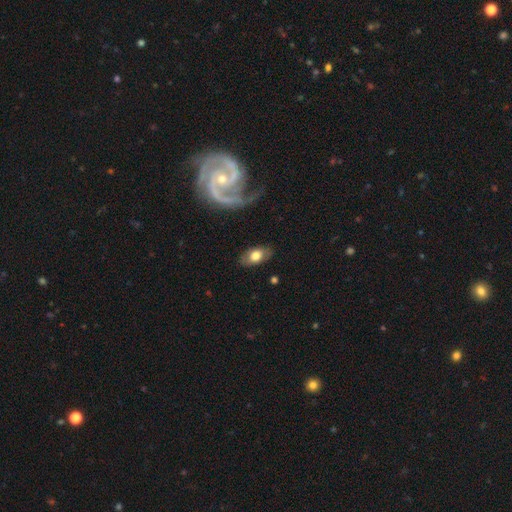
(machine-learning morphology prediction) This is likely a smooth galaxy (67%). How rounded: clearly in between (90%). Merging: clearly none (81%).